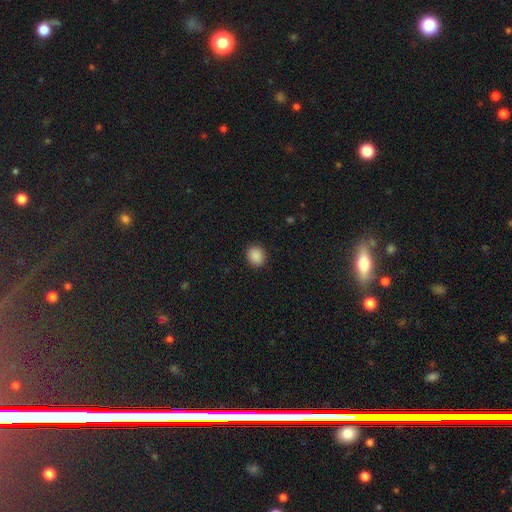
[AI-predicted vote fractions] Smooth or featured? Predicted: smooth (p=0.88). How rounded? Predicted: round (p=0.72). Merging? Predicted: none (p=0.90).